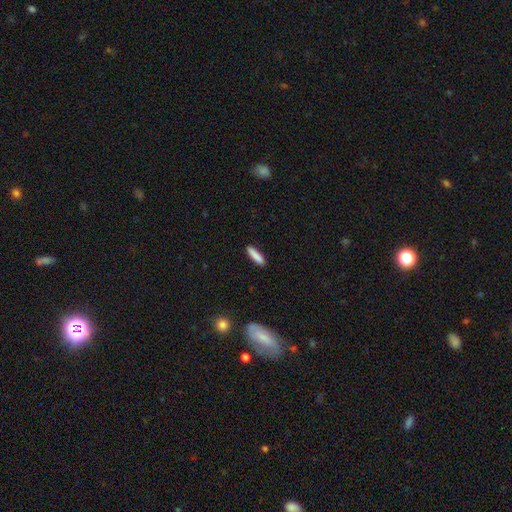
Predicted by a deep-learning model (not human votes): smooth-or-featured: smooth: 87% | featured or disk: 7% | star or artifact: 6%
  how-rounded: cigar-shaped: 78% | in between: 20% | round: 1%
  merging: none: 89% | minor disturbance: 8% | major disturbance: 2% | merger: 1%